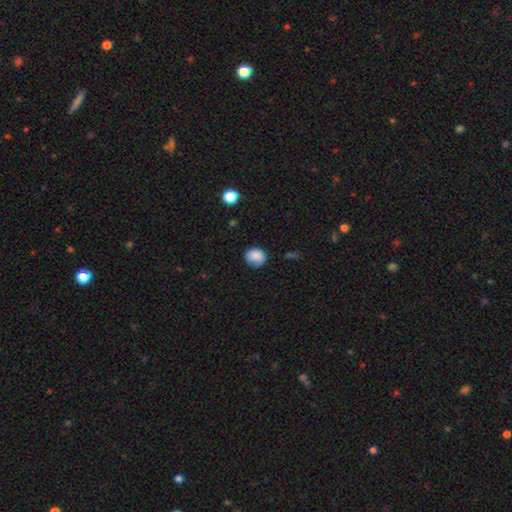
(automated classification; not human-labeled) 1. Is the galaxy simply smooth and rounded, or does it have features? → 86% smooth, 9% star or artifact, 5% featured or disk.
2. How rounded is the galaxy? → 80% round, 19% in between, 1% cigar-shaped.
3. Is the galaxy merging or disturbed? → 77% none, 18% minor disturbance, 4% major disturbance, 1% merger.